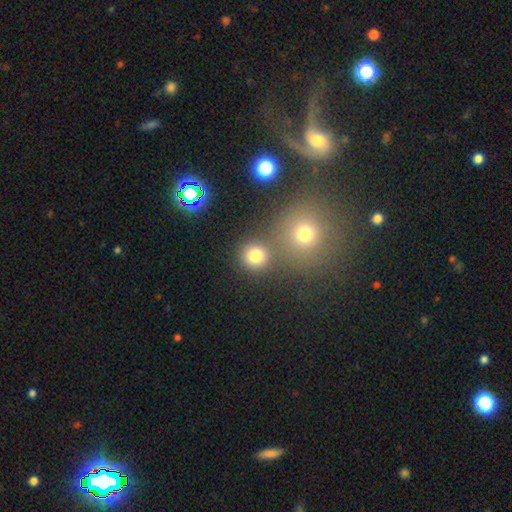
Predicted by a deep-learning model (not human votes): Smooth or featured: smooth — 78% (star or artifact — 15%)
How rounded: round — 89% (in between — 10%)
Merging: none — 70% (merger — 20%)